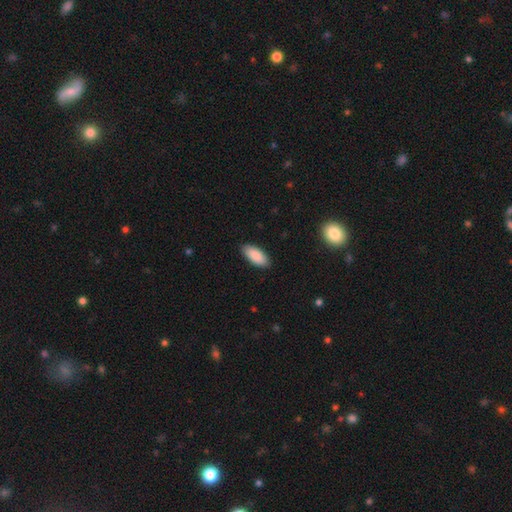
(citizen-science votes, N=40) smooth 85%, featured or disk 8%, star or artifact 8%. Down the decision tree: how rounded — in between (94%); merging — none (86%).